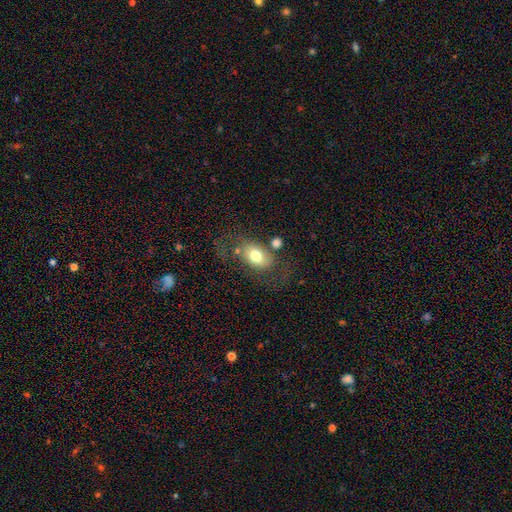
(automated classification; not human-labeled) A smooth galaxy with no disk features (69%) that is in between round and cigar-shaped (82%). Merging: none (52%).